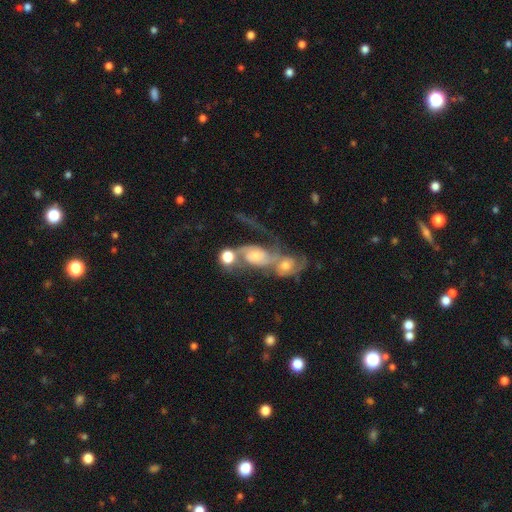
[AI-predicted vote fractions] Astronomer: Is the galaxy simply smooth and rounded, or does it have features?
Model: featured or disk — 72%.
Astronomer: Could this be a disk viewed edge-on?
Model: no — 94%.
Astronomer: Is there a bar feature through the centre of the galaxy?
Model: no — 68%.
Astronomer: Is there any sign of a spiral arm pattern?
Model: yes — 89%.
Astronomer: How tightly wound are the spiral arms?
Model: medium — 40% (runner-up: loose, 34%).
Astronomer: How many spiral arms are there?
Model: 2 — 60%.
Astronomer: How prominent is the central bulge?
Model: moderate — 45% (runner-up: small, 40%).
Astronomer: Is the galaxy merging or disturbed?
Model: merger — 68%.